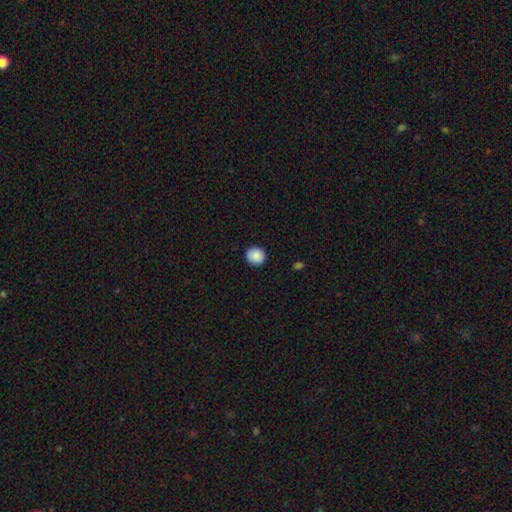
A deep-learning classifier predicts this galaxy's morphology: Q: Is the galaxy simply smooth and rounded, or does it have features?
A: smooth — 88%.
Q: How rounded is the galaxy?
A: round — 87%.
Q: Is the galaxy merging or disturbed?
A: none — 89%.